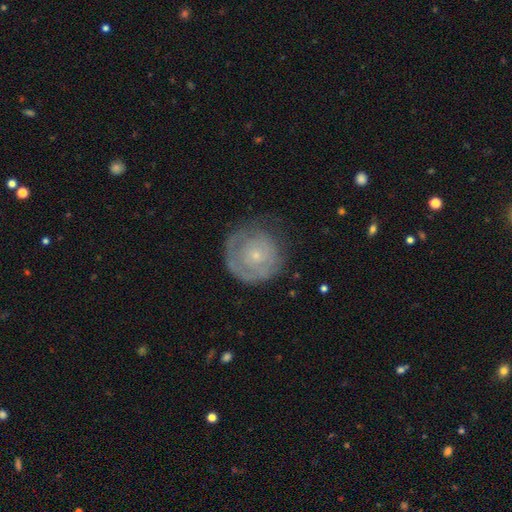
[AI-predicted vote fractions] Morphology: type=featured or disk (57%); edge-on=no (97%); bar=no (87%); spiral arms=yes (59%); bulge=small (79%); merging=none (64%).